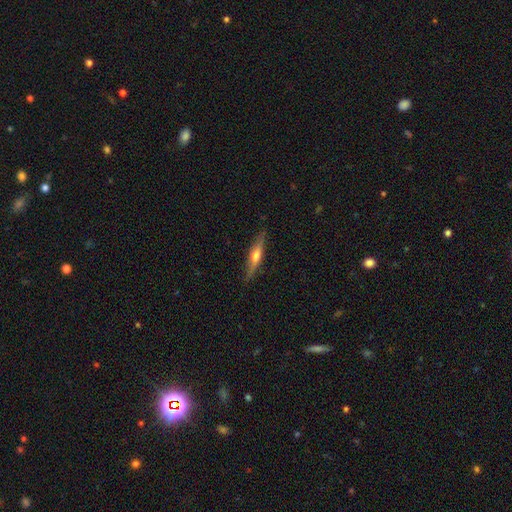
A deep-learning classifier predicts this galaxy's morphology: Smooth or featured?
  - featured or disk: 56% *
  - smooth: 38%
  - star or artifact: 6%
Edge-on disk?
  - yes: 93% *
  - no: 7%
Edge-on bulge?
  - rounded: 83% *
  - none: 9%
  - boxy: 8%
Merging?
  - none: 86% *
  - minor disturbance: 11%
  - major disturbance: 2%
  - merger: 1%